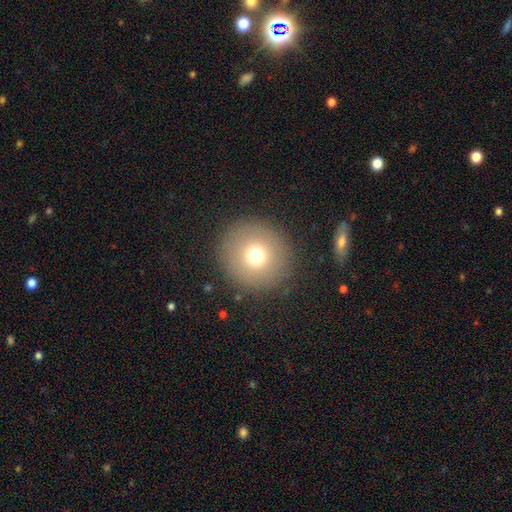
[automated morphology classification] This is likely a smooth galaxy (71%). How rounded: clearly round (95%). Merging: clearly none (89%).